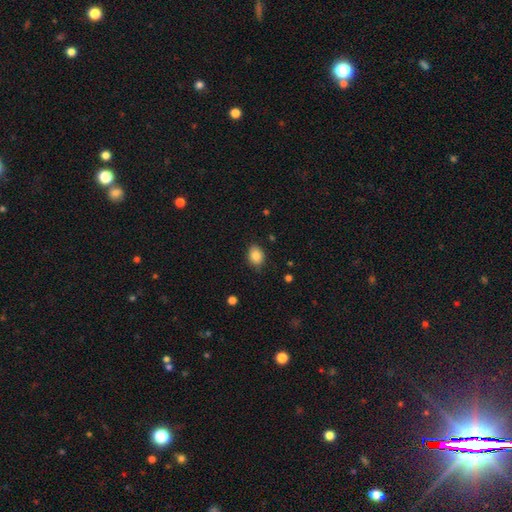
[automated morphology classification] Smooth or featured?
  - smooth: 86% *
  - star or artifact: 9%
  - featured or disk: 6%
How rounded?
  - in between: 63% *
  - round: 36%
  - cigar-shaped: 1%
Merging?
  - none: 83% *
  - minor disturbance: 13%
  - major disturbance: 3%
  - merger: 1%